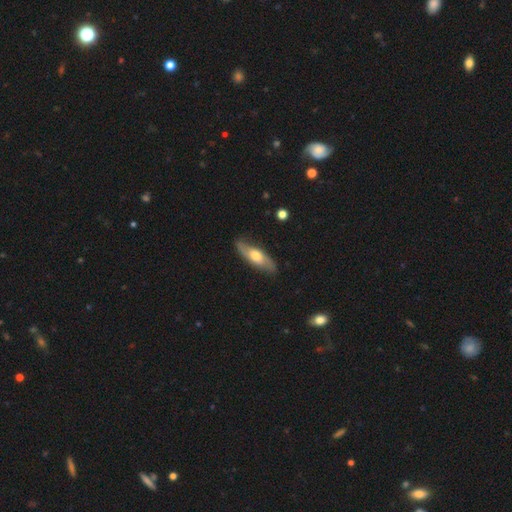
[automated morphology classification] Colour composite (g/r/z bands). It shows a featured or disk galaxy (51%). Merging: none (83%).